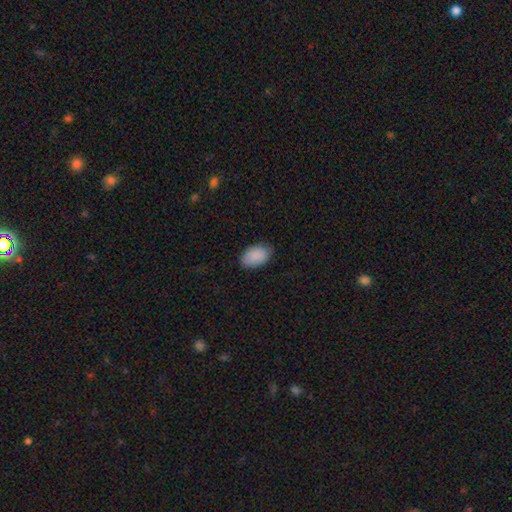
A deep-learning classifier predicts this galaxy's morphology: type=smooth (90%); roundness=in between (92%); merging=none (81%).